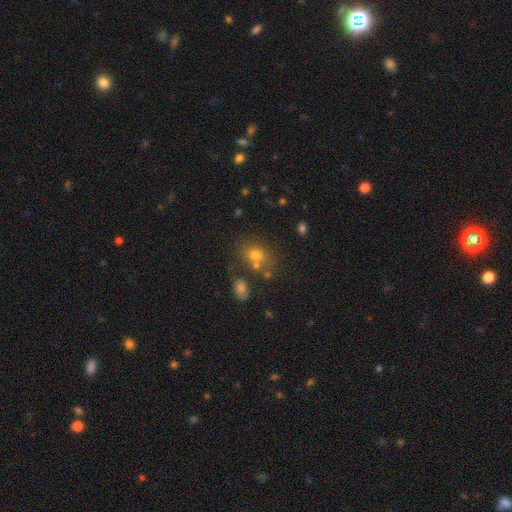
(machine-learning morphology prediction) This appears to be a smooth galaxy with no disk features (70%) that is round (55%). Merging: none (59%).